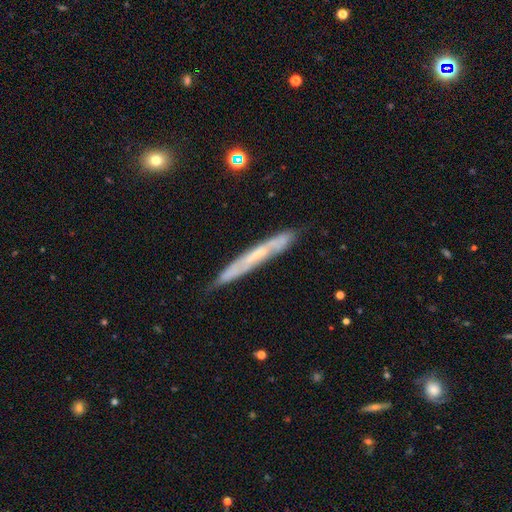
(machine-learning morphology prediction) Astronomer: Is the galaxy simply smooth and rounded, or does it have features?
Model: featured or disk — 61%.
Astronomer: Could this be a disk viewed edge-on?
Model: yes — 80%.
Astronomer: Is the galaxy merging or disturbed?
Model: none — 79%.